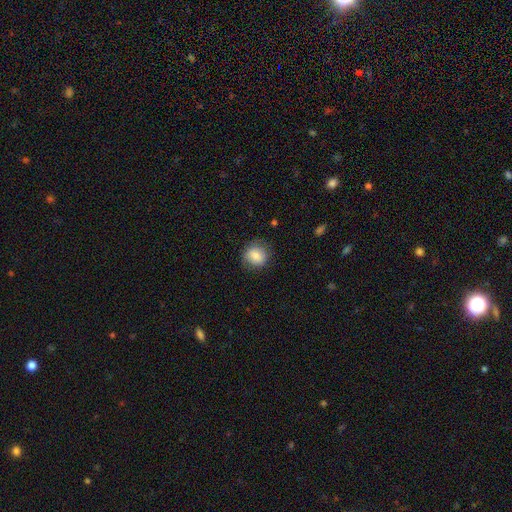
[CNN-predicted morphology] type=smooth (83%); roundness=round (83%); merging=none (79%).